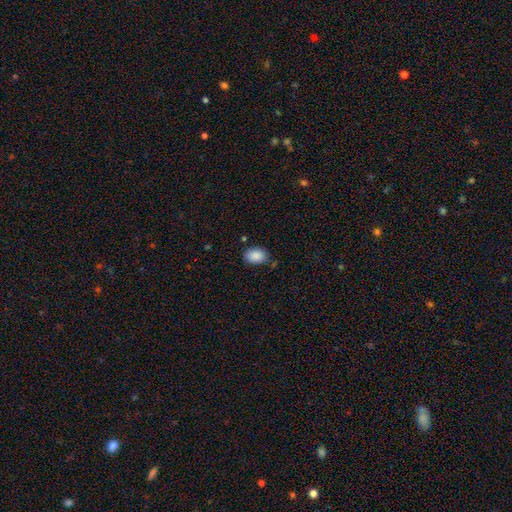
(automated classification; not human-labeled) This is clearly a smooth galaxy (89%). How rounded: clearly in between (84%). Merging: likely none (78%).